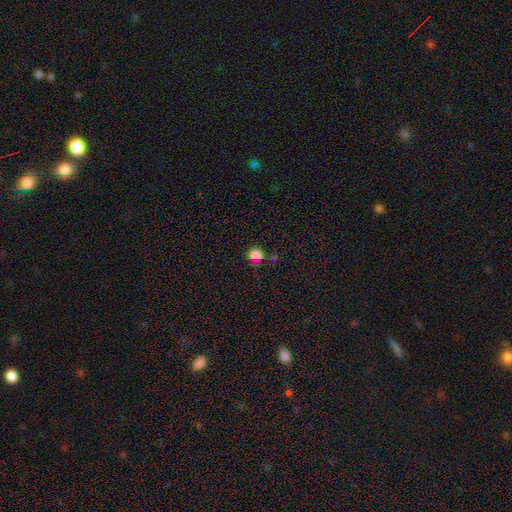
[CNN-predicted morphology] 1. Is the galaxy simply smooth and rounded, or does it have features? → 81% smooth, 15% star or artifact, 4% featured or disk.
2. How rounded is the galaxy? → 89% round, 10% in between, 1% cigar-shaped.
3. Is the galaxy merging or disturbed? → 73% none, 15% minor disturbance, 7% merger, 5% major disturbance.